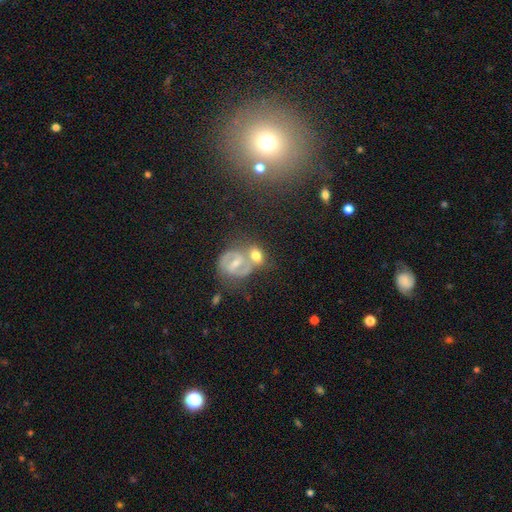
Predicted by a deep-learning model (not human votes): Smooth or featured? smooth (47%)
Merging? merger (41%)